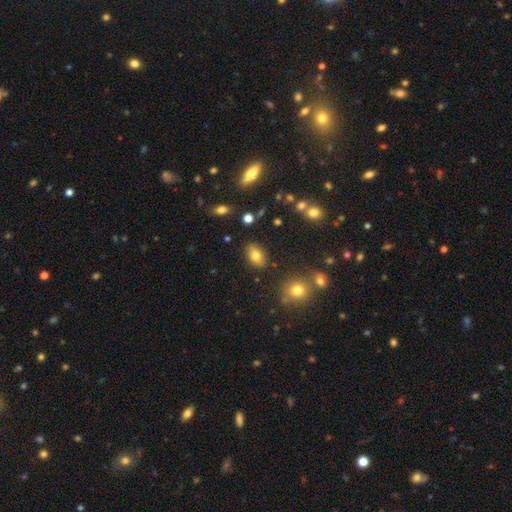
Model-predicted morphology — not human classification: Overall: smooth (76%). How rounded: in between (87%). Merging: none (84%).